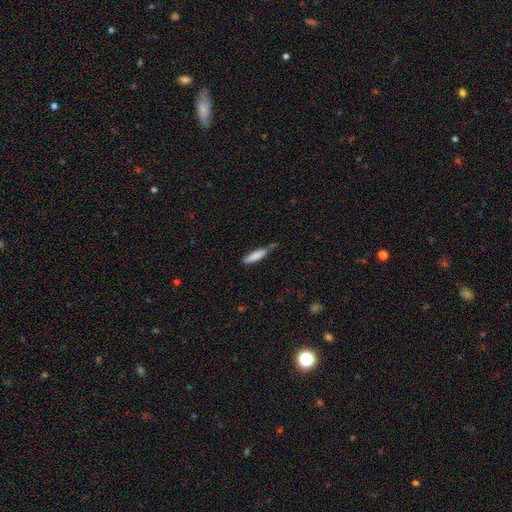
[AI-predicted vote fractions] A smooth galaxy with no disk features (83%) that is cigar-shaped (70%).

Vote fractions:
- Smooth or featured? smooth: 83% / featured or disk: 10% / star or artifact: 6%
- How rounded? cigar-shaped: 70% / in between: 28% / round: 1%
- Merging? none: 60% / minor disturbance: 26% / merger: 8% / major disturbance: 5%